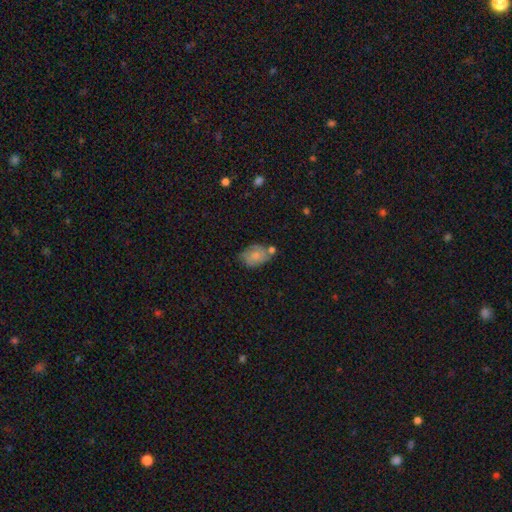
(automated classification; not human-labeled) This is likely a smooth galaxy (67%). How rounded: likely in between (79%). Merging: possibly none (48%).